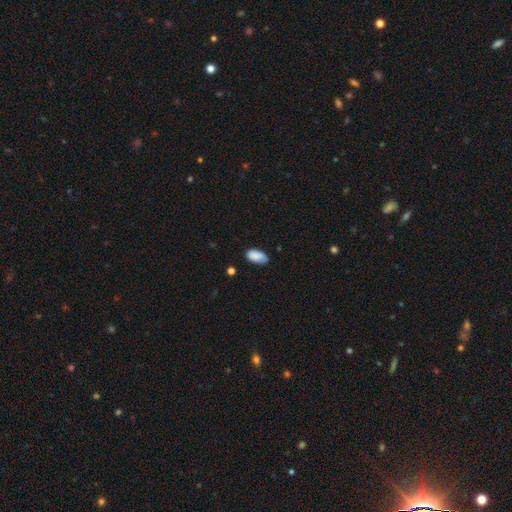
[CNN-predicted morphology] A smooth galaxy with no disk features (84%) that is in between round and cigar-shaped (94%). Merging: none (67%).